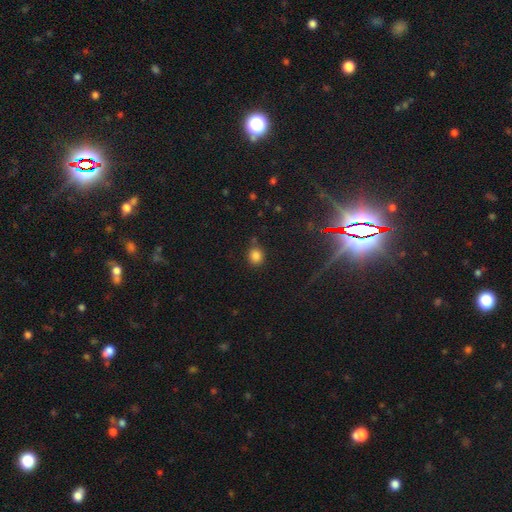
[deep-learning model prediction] smooth 82%, star or artifact 12%, featured or disk 5%. Down the decision tree: how rounded — round (79%); merging — none (81%).